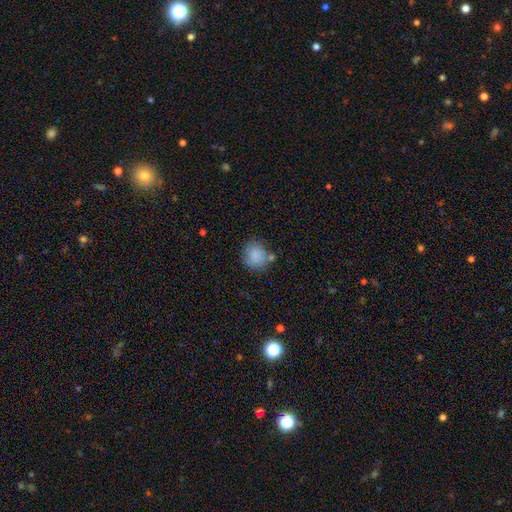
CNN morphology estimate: smooth_or_featured: smooth (p=0.86) [alt: star or artifact p=0.08]
how_rounded: round (p=0.80) [alt: in between p=0.19]
merging: none (p=0.70) [alt: minor disturbance p=0.16]